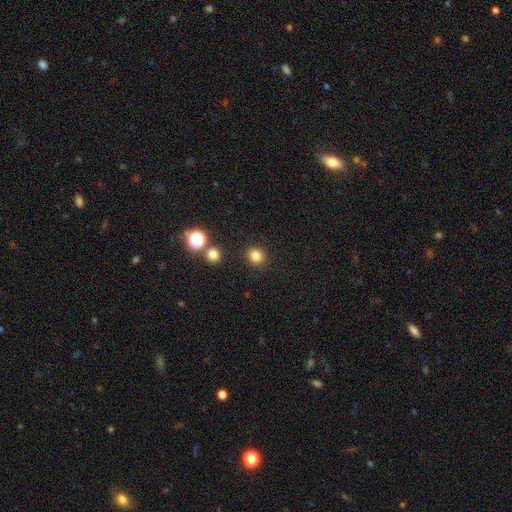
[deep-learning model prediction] Smooth or featured?
  - smooth: 82% *
  - star or artifact: 14%
  - featured or disk: 4%
How rounded?
  - round: 90% *
  - in between: 9%
  - cigar-shaped: 1%
Merging?
  - none: 89% *
  - minor disturbance: 6%
  - merger: 3%
  - major disturbance: 2%